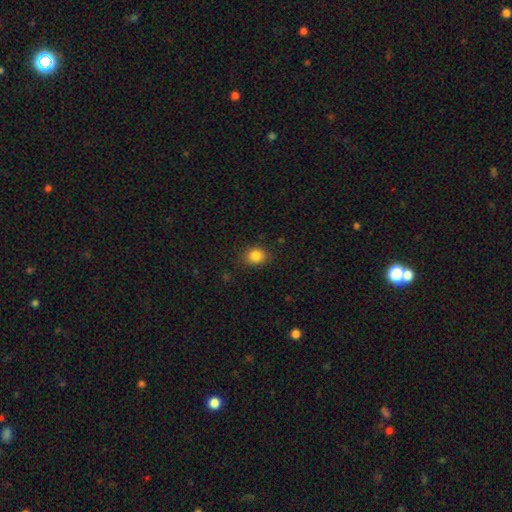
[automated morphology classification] Overall: smooth (85%). How rounded: round (59%; in between 40%). Merging: none (85%).